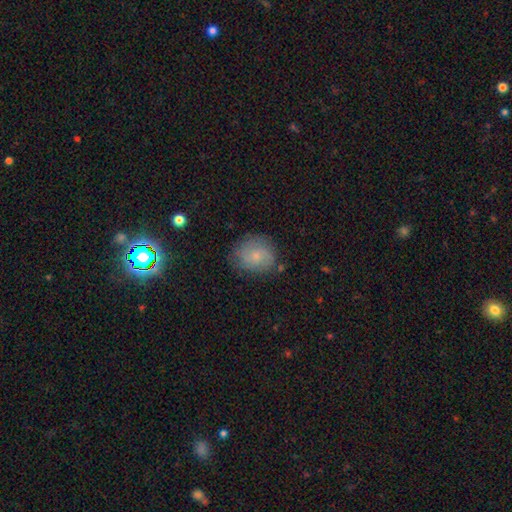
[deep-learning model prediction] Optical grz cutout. It shows a smooth galaxy with no disk features (61%) that is round (72%). Merging: none (73%).